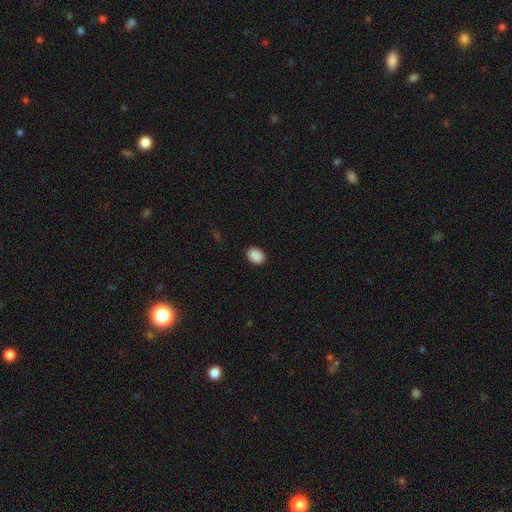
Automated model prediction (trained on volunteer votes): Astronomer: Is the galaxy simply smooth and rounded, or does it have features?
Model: smooth — 89%.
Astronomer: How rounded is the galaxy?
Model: in between — 57% (runner-up: round, 42%).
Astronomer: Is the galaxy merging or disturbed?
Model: none — 89%.